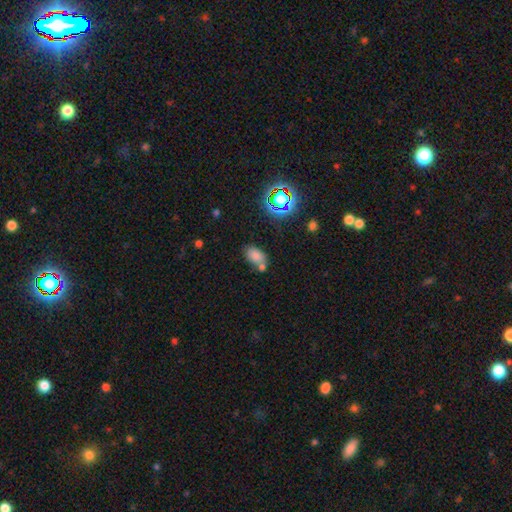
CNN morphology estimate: Q: Smooth or featured?
A: smooth (74%); runner-up: star or artifact (17%)
Q: How rounded?
A: in between (86%); runner-up: round (12%)
Q: Merging?
A: none (49%); runner-up: merger (32%)